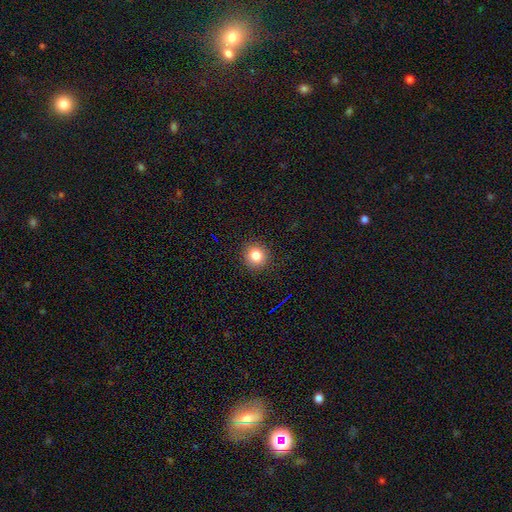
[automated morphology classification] The model was most divided on "smooth or featured": smooth: 83%, star or artifact: 12%, featured or disk: 6%. More confident: merging — none (90%); how rounded — round (89%).